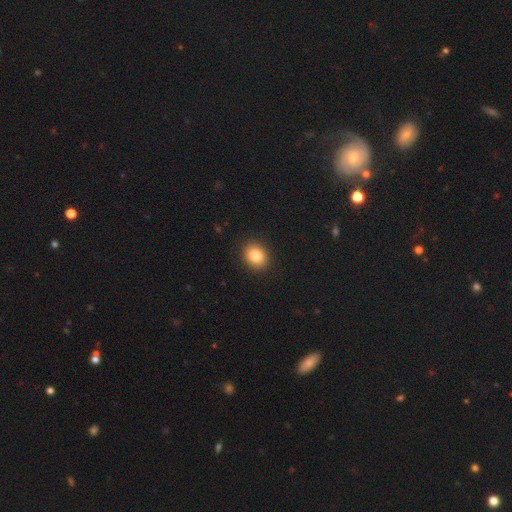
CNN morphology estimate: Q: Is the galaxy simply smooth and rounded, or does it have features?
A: smooth — 83%.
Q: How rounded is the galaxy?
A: round — 62%.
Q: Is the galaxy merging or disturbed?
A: none — 92%.